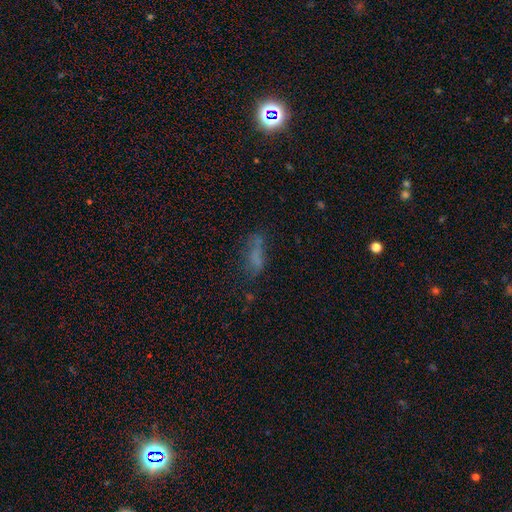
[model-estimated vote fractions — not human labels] Overall: smooth (56%; featured or disk 24%). How rounded: in between (61%; cigar-shaped 35%). Merging: none (45%; minor disturbance 23%).